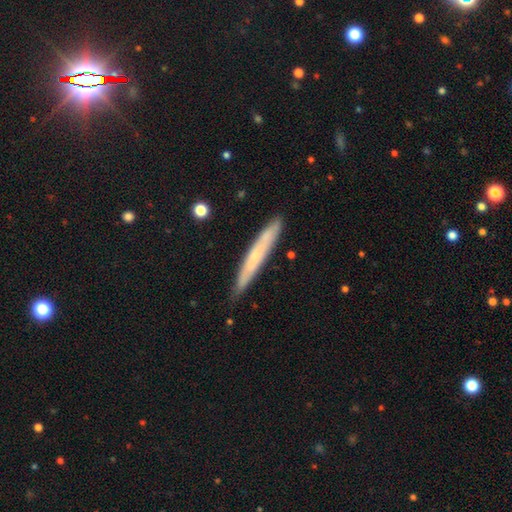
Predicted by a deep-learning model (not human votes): Smooth or featured?
  - smooth: 55% *
  - featured or disk: 39%
  - star or artifact: 6%
How rounded?
  - cigar-shaped: 96% *
  - in between: 3%
  - round: 1%
Merging?
  - none: 85% *
  - minor disturbance: 12%
  - major disturbance: 2%
  - merger: 2%